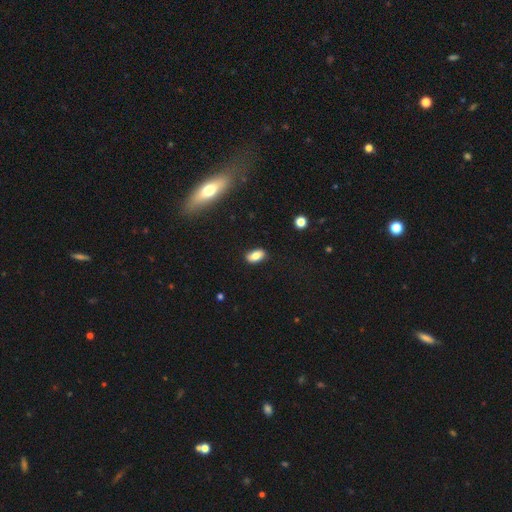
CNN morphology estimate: Q: Smooth or featured?
A: smooth (82%); runner-up: star or artifact (9%)
Q: How rounded?
A: in between (90%); runner-up: round (5%)
Q: Merging?
A: none (86%); runner-up: minor disturbance (11%)